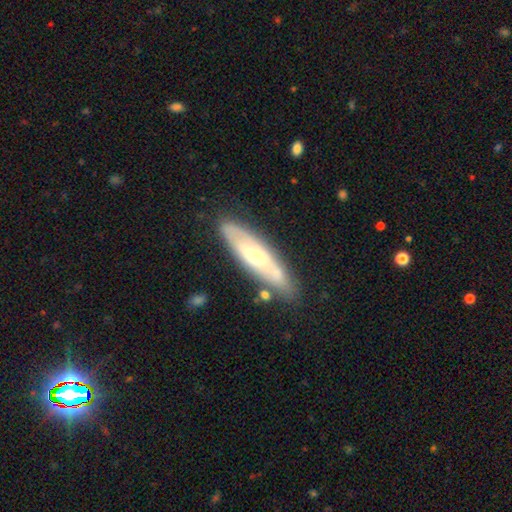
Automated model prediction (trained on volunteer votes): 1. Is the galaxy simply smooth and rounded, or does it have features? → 60% featured or disk, 34% smooth, 6% star or artifact.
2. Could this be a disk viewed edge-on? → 57% no, 43% yes.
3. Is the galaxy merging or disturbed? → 80% none, 14% minor disturbance, 3% merger, 3% major disturbance.